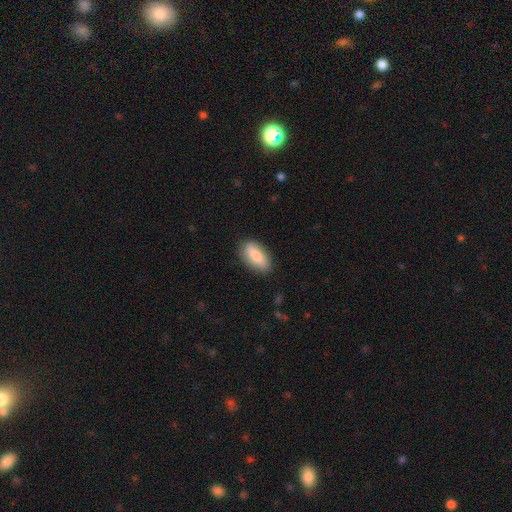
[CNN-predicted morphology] Overall: smooth (82%). How rounded: in between (82%). Merging: none (85%).